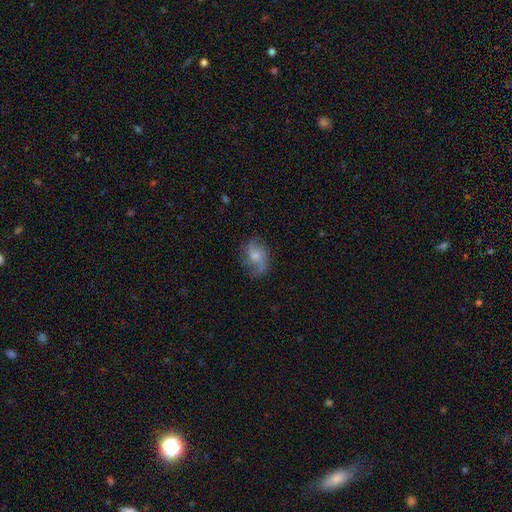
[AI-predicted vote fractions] featured or disk 59%, smooth 30%, star or artifact 11%. Down the decision tree: edge-on disk — no (96%); bar — no (67%); spiral arms — yes (86%); bulge size — moderate (56%); merging — none (67%).